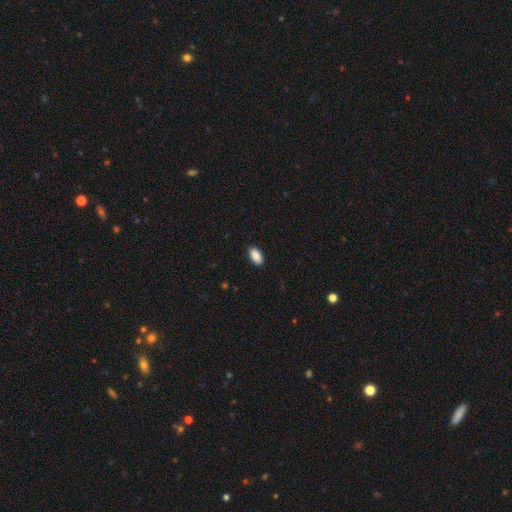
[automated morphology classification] smooth_or_featured: smooth (p=0.90) [alt: star or artifact p=0.07]
how_rounded: in between (p=0.93) [alt: cigar-shaped p=0.04]
merging: none (p=0.89) [alt: minor disturbance p=0.08]